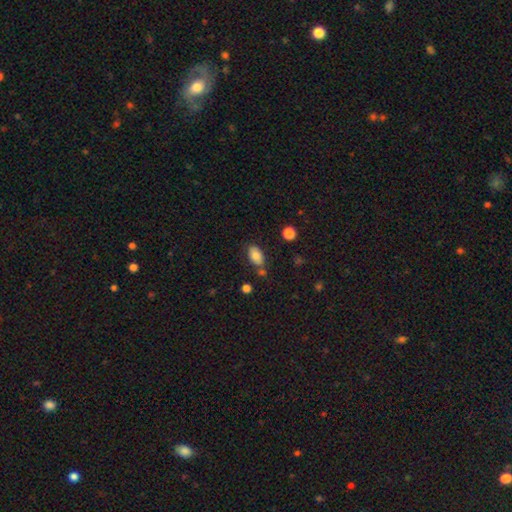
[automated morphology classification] smooth-or-featured: smooth: 80% | featured or disk: 12% | star or artifact: 8%
  how-rounded: in between: 91% | round: 7% | cigar-shaped: 2%
  merging: none: 72% | minor disturbance: 16% | merger: 9% | major disturbance: 4%